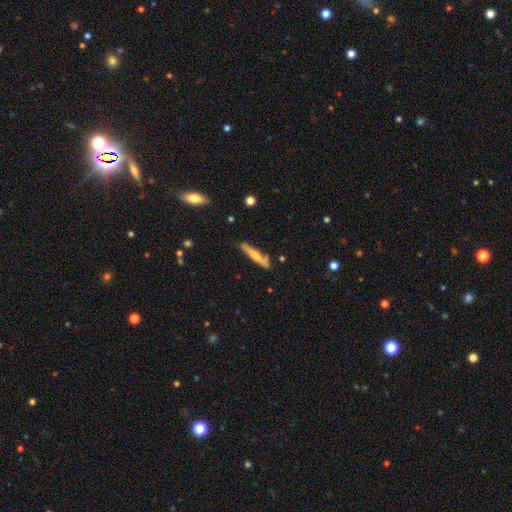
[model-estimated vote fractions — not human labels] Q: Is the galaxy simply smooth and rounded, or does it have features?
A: smooth — 60%.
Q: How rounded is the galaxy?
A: cigar-shaped — 90%.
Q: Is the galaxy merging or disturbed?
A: none — 71%.